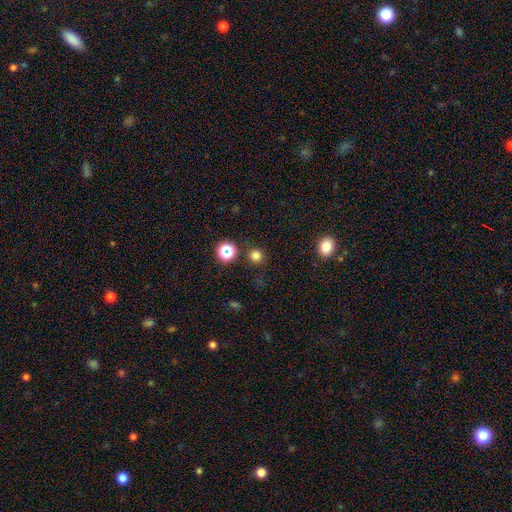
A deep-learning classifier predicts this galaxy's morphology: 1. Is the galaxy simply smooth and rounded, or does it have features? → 76% smooth, 19% star or artifact, 5% featured or disk.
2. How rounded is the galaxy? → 93% round, 6% in between, 1% cigar-shaped.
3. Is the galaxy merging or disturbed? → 86% none, 8% minor disturbance, 4% merger, 3% major disturbance.